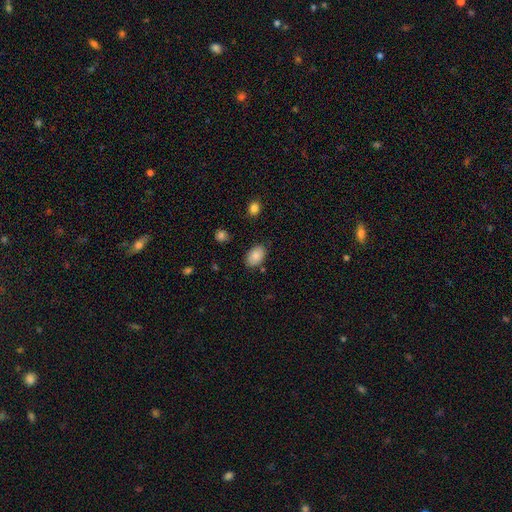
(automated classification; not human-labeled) This appears to be a smooth galaxy with no disk features (85%) that is in between round and cigar-shaped (89%). Merging: none (82%).